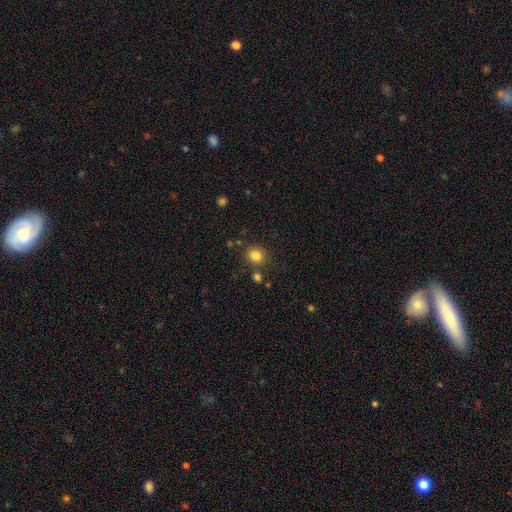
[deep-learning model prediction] Morphology: type=smooth (83%); roundness=round (85%); merging=none (83%).